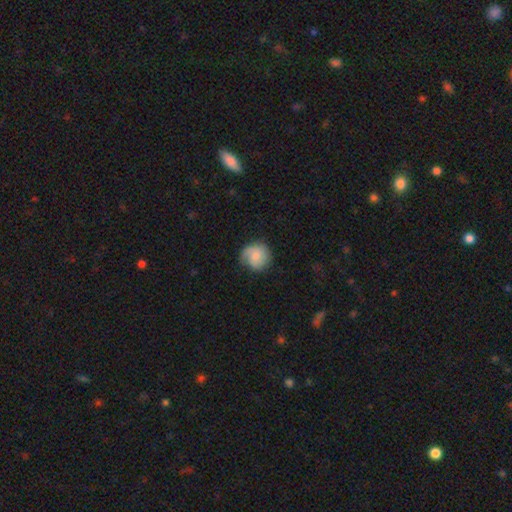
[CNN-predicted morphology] A smooth galaxy with no disk features (61%) that is round (87%).

Vote fractions:
- Smooth or featured? smooth: 61% / featured or disk: 32% / star or artifact: 7%
- How rounded? round: 87% / in between: 13% / cigar-shaped: 1%
- Merging? none: 65% / minor disturbance: 25% / major disturbance: 9% / merger: 1%